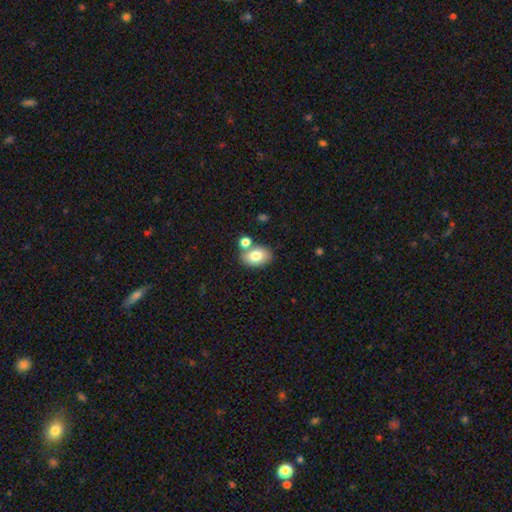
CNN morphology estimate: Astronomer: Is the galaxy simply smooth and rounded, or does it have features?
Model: smooth — 78%.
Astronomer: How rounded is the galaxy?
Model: in between — 82%.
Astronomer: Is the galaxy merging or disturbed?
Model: none — 62%.